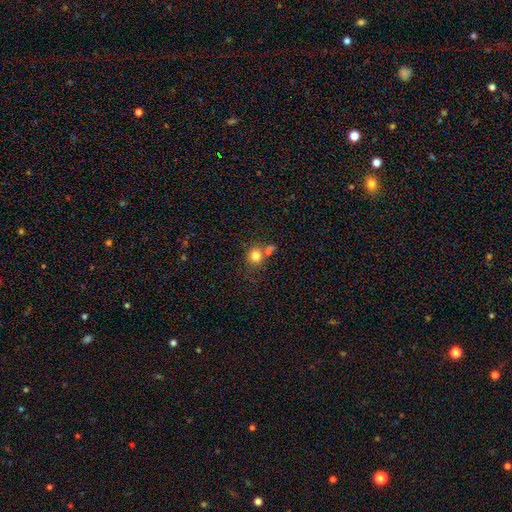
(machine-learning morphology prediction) Overall: smooth (79%). How rounded: round (85%). Merging: none (57%; merger 27%).